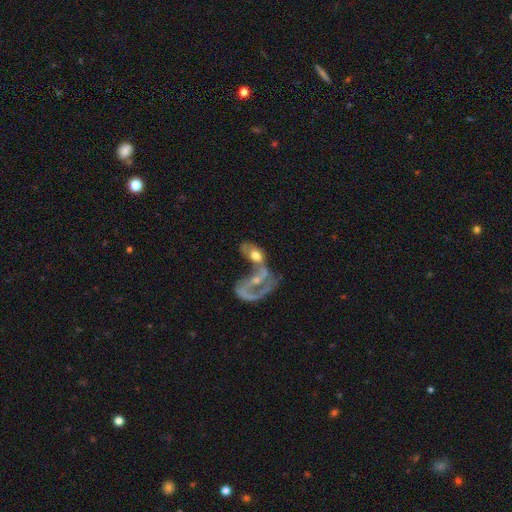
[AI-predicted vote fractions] The model was most divided on "spiral arms": yes: 56%, no: 44%. Remaining: edge-on disk — no (95%); merging — merger (71%); bar — no (67%); smooth or featured — featured or disk (59%); bulge size — moderate (46%).